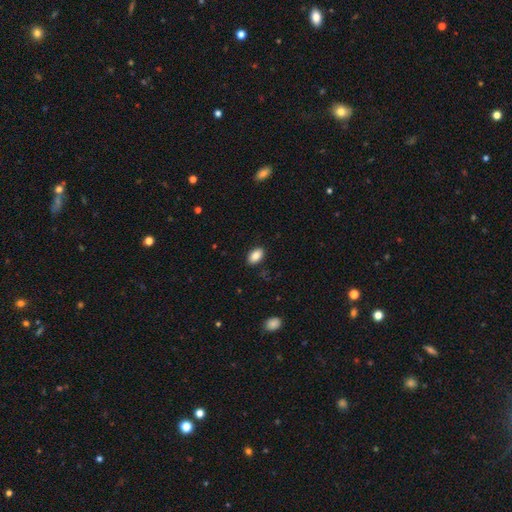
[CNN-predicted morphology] Smooth or featured? smooth (88%)
How rounded? in between (92%)
Merging? none (87%)